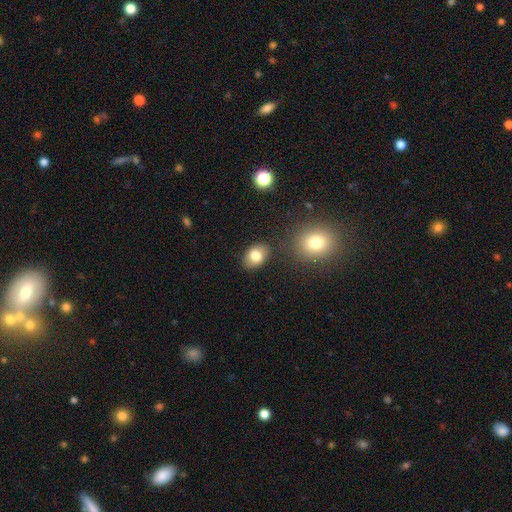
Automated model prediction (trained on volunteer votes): smooth-or-featured: smooth: 80% | featured or disk: 11% | star or artifact: 9%
  how-rounded: in between: 77% | round: 22% | cigar-shaped: 1%
  merging: none: 81% | minor disturbance: 11% | merger: 5% | major disturbance: 3%